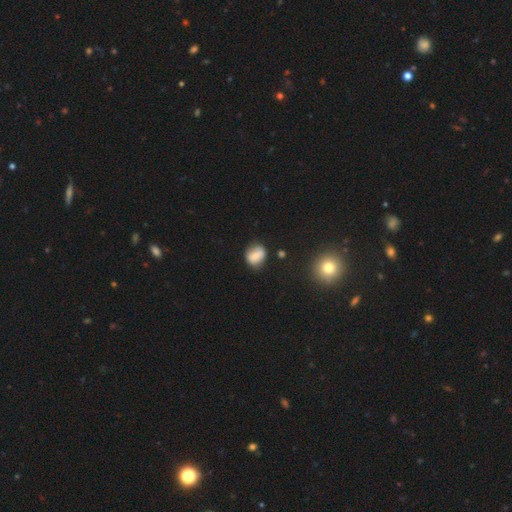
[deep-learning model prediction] Smooth or featured?
  - smooth: 68% *
  - featured or disk: 22%
  - star or artifact: 10%
How rounded?
  - round: 62% *
  - in between: 37%
  - cigar-shaped: 1%
Merging?
  - none: 67% *
  - minor disturbance: 22%
  - merger: 6%
  - major disturbance: 5%